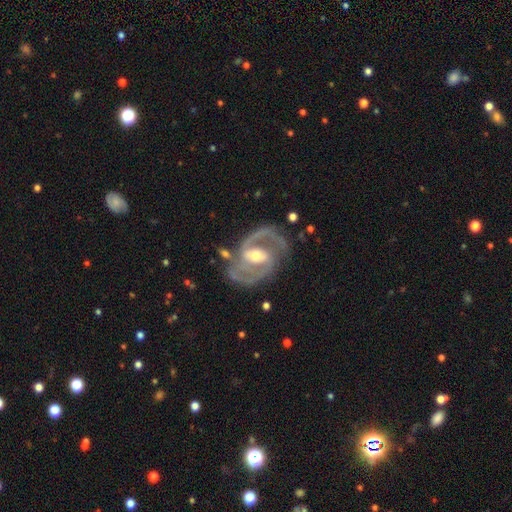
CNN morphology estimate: This appears to be a featured or disk galaxy (92%) with a weak bar (46%), 2 (87%) medium (59%) spiral arms (97%) and a moderate central bulge (64%). Merging: none (69%).